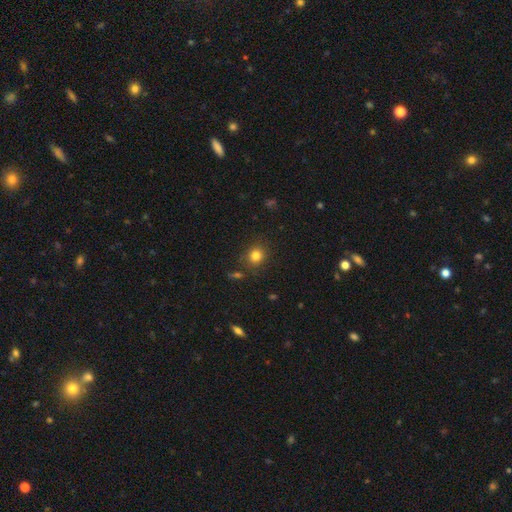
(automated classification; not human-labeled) Smooth or featured? Predicted: smooth (p=0.81). How rounded? Predicted: round (p=0.79). Merging? Predicted: none (p=0.83).